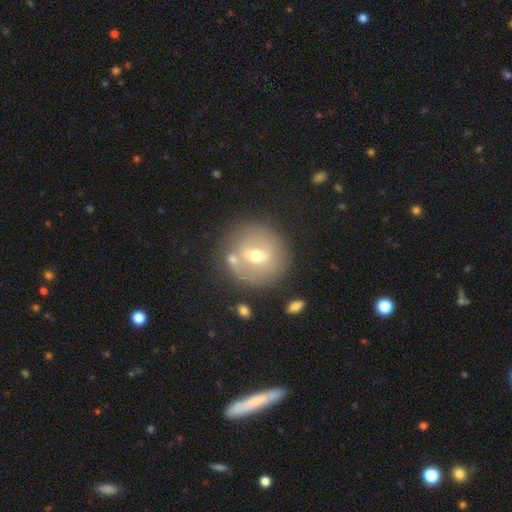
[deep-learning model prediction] A featured or disk galaxy (50%). Merging: none (72%).